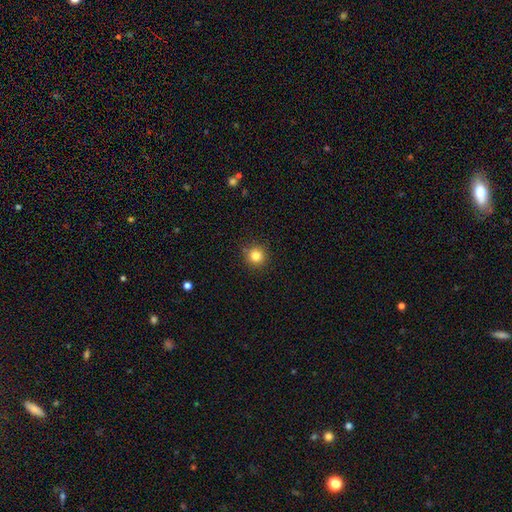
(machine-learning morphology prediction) smooth_or_featured: smooth (p=0.83) [alt: star or artifact p=0.12]
how_rounded: round (p=0.95) [alt: in between p=0.05]
merging: none (p=0.89) [alt: minor disturbance p=0.07]